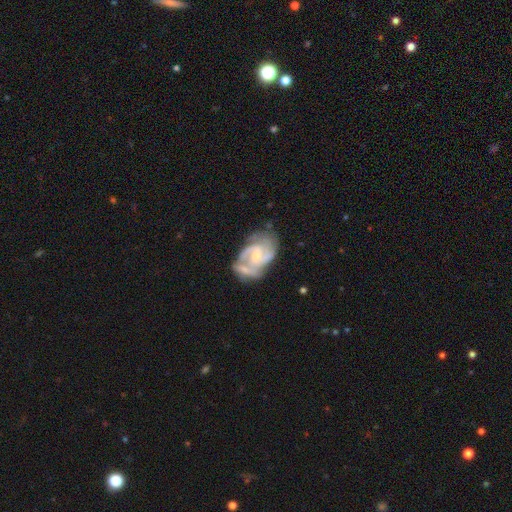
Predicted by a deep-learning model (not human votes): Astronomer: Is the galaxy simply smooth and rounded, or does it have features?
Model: featured or disk — 85%.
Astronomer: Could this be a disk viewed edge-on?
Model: no — 98%.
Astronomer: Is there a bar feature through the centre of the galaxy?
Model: no — 48% (runner-up: weak, 43%).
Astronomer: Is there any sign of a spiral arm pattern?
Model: yes — 94%.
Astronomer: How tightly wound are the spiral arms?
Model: medium — 49% (runner-up: tight, 36%).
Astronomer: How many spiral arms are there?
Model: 2 — 56%.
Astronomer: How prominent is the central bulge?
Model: small — 55% (runner-up: moderate, 41%).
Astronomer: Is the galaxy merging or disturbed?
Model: none — 39% (runner-up: merger, 24%).